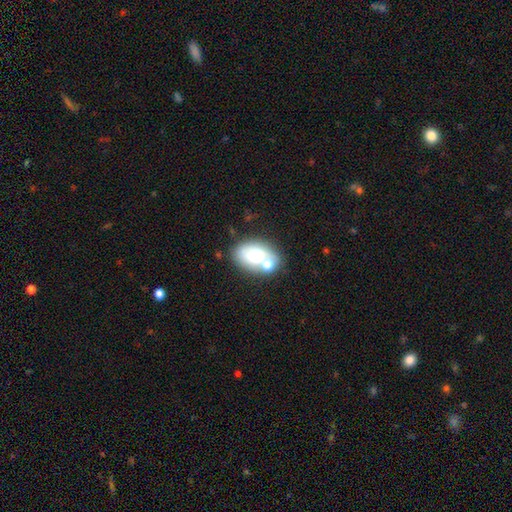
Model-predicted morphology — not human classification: Smooth or featured? smooth (62%)
How rounded? in between (80%)
Merging? none (50%)